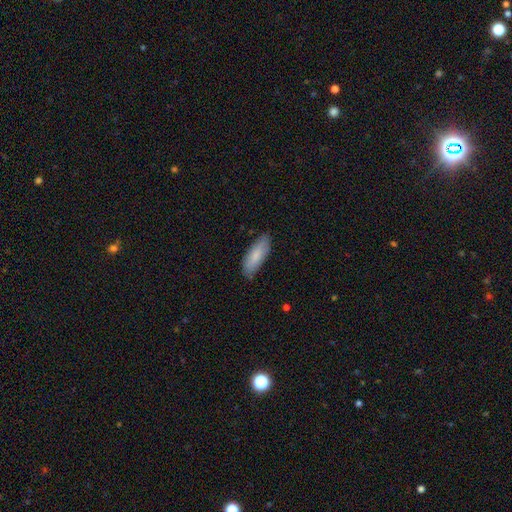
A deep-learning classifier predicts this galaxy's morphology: smooth_or_featured: smooth (p=0.82) [alt: featured or disk p=0.13]
how_rounded: in between (p=0.67) [alt: cigar-shaped p=0.31]
merging: none (p=0.83) [alt: minor disturbance p=0.14]